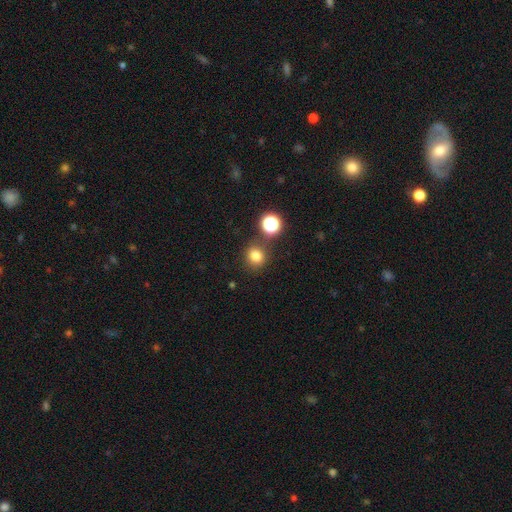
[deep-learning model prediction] Overall: smooth (77%). How rounded: round (85%). Merging: none (79%).